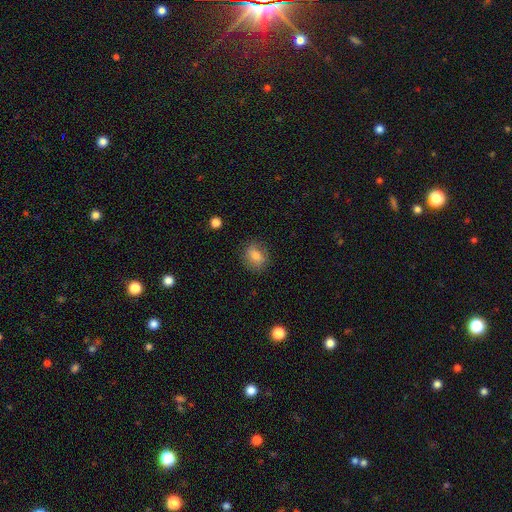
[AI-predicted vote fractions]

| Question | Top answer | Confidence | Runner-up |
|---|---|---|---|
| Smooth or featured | smooth | 79% | featured or disk (12%) |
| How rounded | round | 61% | in between (38%) |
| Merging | none | 83% | minor disturbance (13%) |